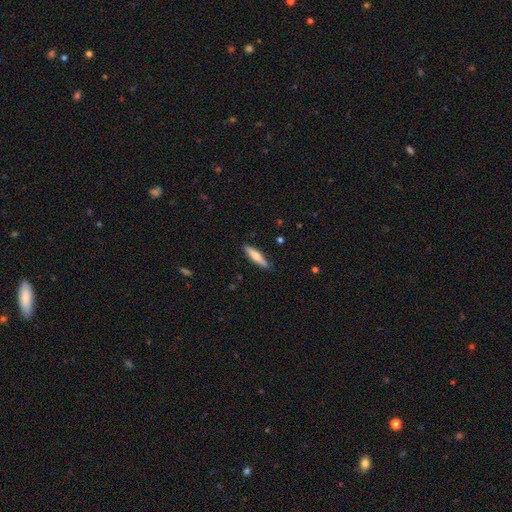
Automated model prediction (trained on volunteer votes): smooth_or_featured: smooth (p=0.64) [alt: featured or disk p=0.30]
how_rounded: cigar-shaped (p=0.81) [alt: in between p=0.18]
merging: none (p=0.87) [alt: minor disturbance p=0.10]